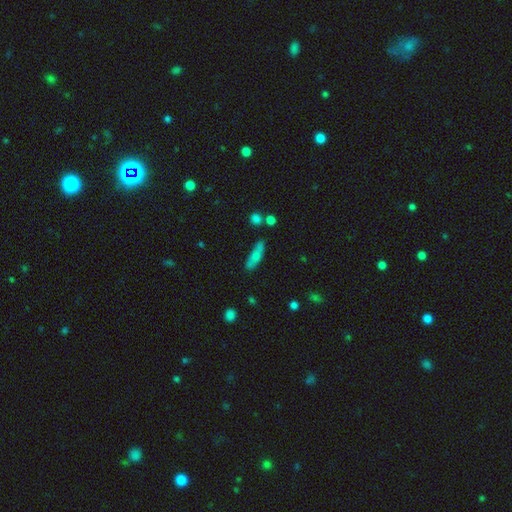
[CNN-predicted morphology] type=smooth (73%); roundness=cigar-shaped (60%); merging=none (70%).